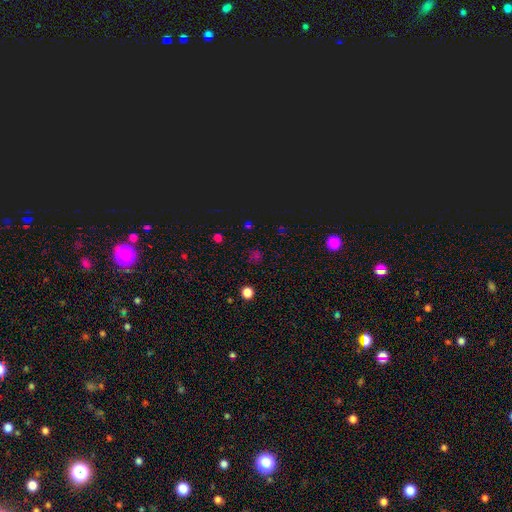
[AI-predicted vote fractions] Morphology: type=smooth (47%, tied with star or artifact); merging=none (82%).